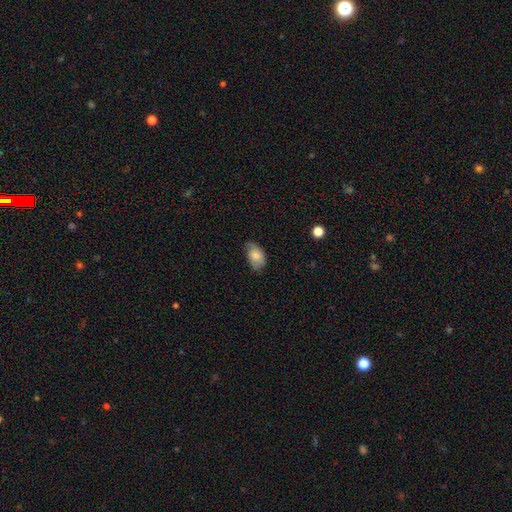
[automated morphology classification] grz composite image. It shows a smooth galaxy with no disk features (75%) that is in between round and cigar-shaped (89%). Merging: none (55%).